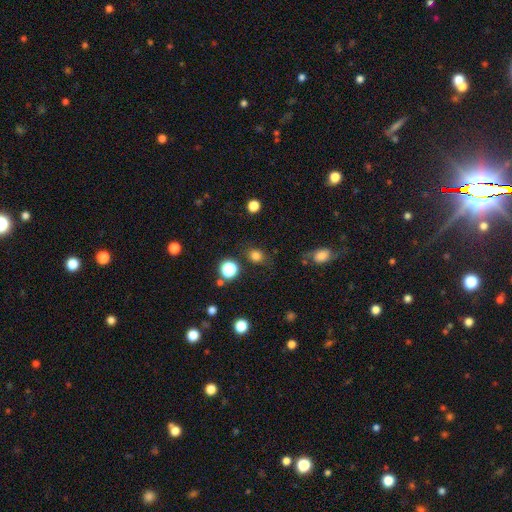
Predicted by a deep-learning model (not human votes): A smooth galaxy with no disk features (79%) that is round (73%).

Vote fractions:
- Smooth or featured? smooth: 79% / star or artifact: 16% / featured or disk: 5%
- How rounded? round: 73% / in between: 26% / cigar-shaped: 1%
- Merging? none: 81% / minor disturbance: 12% / major disturbance: 4% / merger: 3%